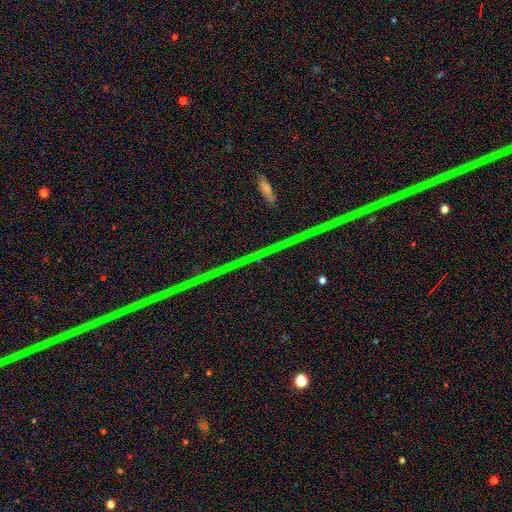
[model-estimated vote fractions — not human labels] Smooth or featured?
  - star or artifact: 89% *
  - featured or disk: 6%
  - smooth: 5%